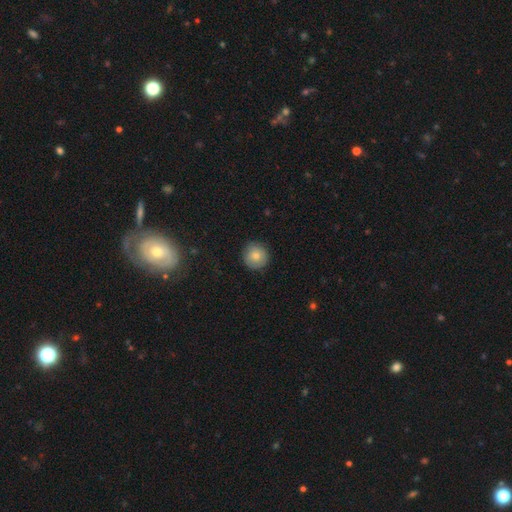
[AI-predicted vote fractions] Overall: smooth (79%). How rounded: round (94%). Merging: none (87%).